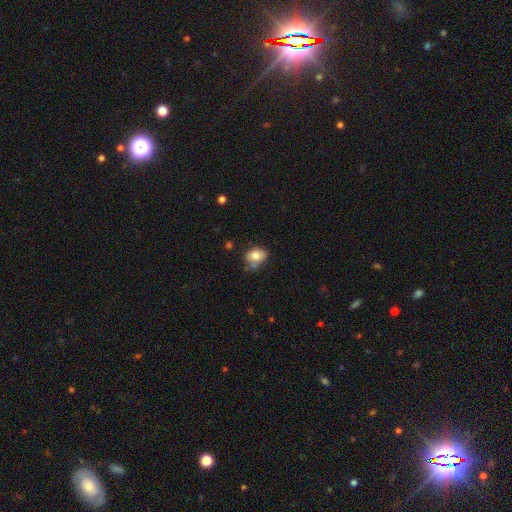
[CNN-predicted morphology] The model was most divided on "merging": none: 53%, minor disturbance: 29%, merger: 10%, major disturbance: 8%. More confident: smooth or featured — smooth (77%); how rounded — in between (69%).